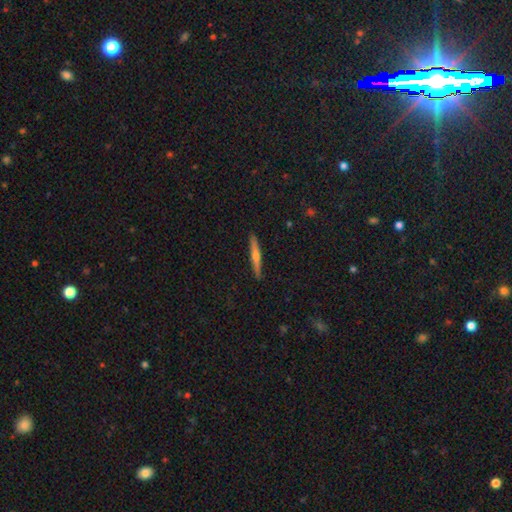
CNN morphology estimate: smooth-or-featured: featured or disk: 65% | smooth: 28% | star or artifact: 7%
  disk-edge-on: yes: 97% | no: 3%
    edge-on-bulge: rounded: 86% | none: 10% | boxy: 4%
  merging: none: 91% | minor disturbance: 6% | major disturbance: 1% | merger: 1%